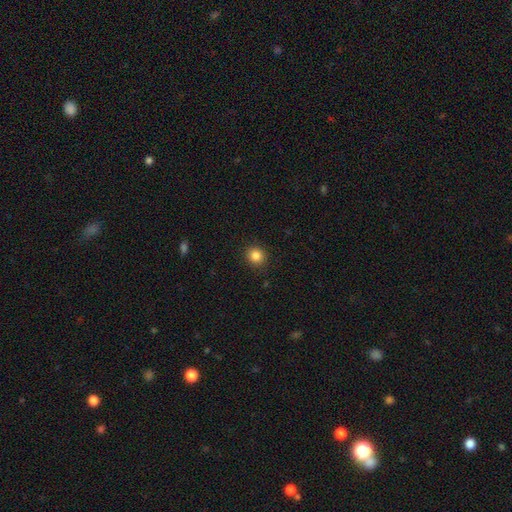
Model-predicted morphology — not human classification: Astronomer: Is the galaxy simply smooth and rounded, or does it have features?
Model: smooth — 85%.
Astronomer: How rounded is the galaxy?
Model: round — 88%.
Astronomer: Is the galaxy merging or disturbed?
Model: none — 91%.